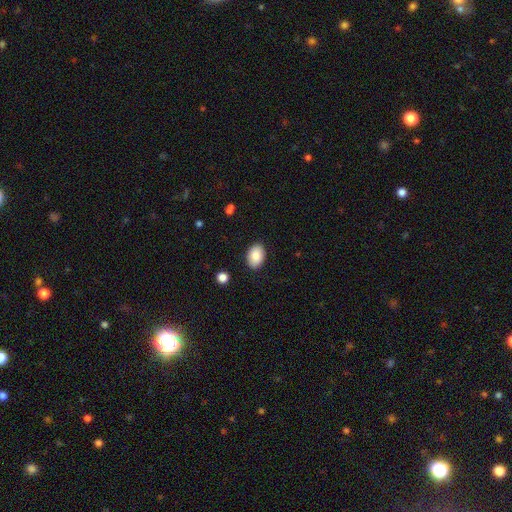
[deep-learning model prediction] The model was most divided on "how rounded": in between: 86%, round: 13%, cigar-shaped: 1%. More confident: merging — none (88%); smooth or featured — smooth (87%).